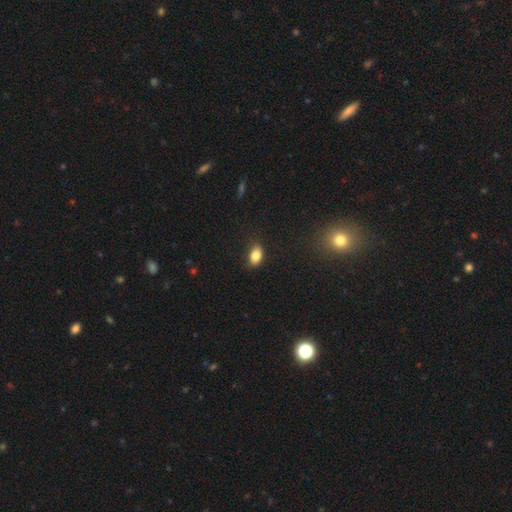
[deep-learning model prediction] Morphology: type=smooth (84%); roundness=in between (86%); merging=none (78%).